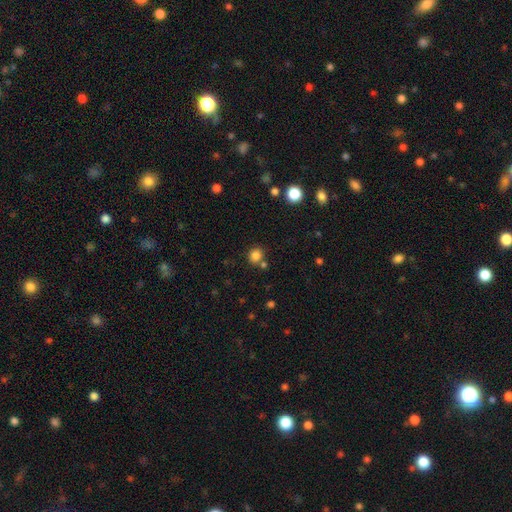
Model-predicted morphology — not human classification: Smooth or featured? Predicted: smooth (p=0.82). How rounded? Predicted: round (p=0.79). Merging? Predicted: none (p=0.72).